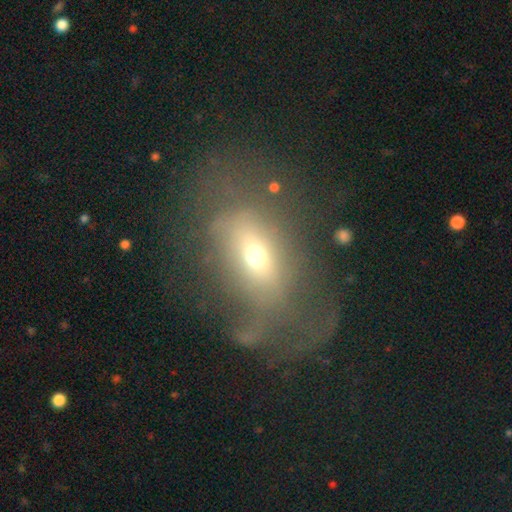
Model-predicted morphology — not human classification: Smooth or featured?
  - featured or disk: 44% *
  - smooth: 42%
  - star or artifact: 14%
Merging?
  - major disturbance: 40% *
  - none: 36%
  - minor disturbance: 20%
  - merger: 4%